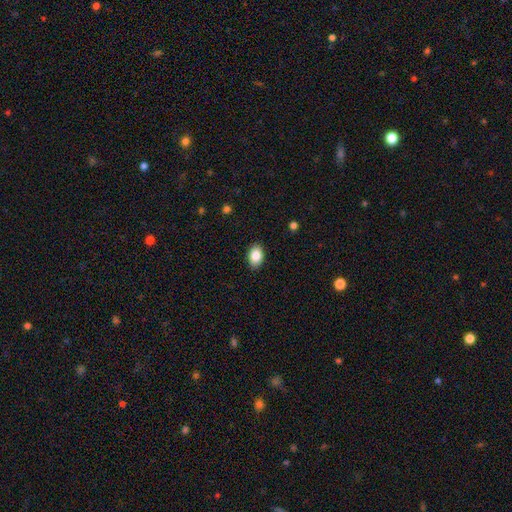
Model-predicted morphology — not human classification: smooth-or-featured: smooth: 86% | star or artifact: 8% | featured or disk: 6%
  how-rounded: in between: 85% | round: 14% | cigar-shaped: 1%
  merging: none: 89% | minor disturbance: 8% | major disturbance: 2% | merger: 1%